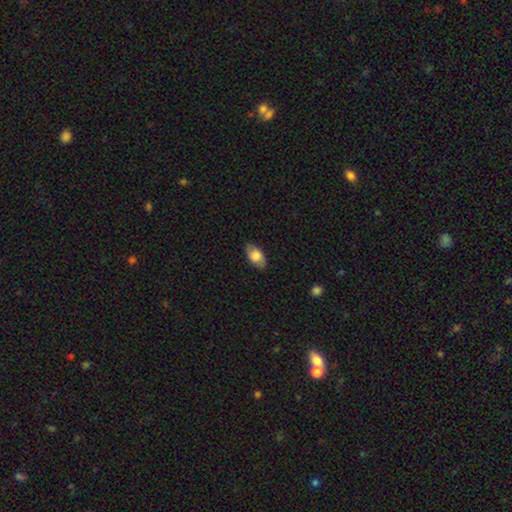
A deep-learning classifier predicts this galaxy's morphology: smooth-or-featured: smooth: 77% | featured or disk: 16% | star or artifact: 7%
  how-rounded: in between: 92% | round: 5% | cigar-shaped: 3%
  merging: none: 84% | minor disturbance: 13% | major disturbance: 3% | merger: 1%